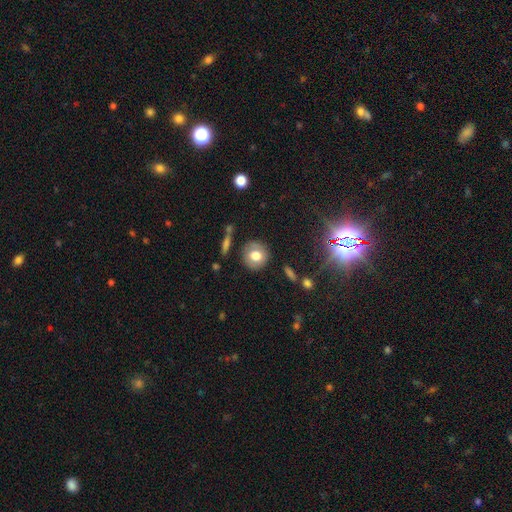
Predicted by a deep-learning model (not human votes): This appears to be a smooth galaxy with no disk features (72%) that is round (88%). Merging: none (84%).